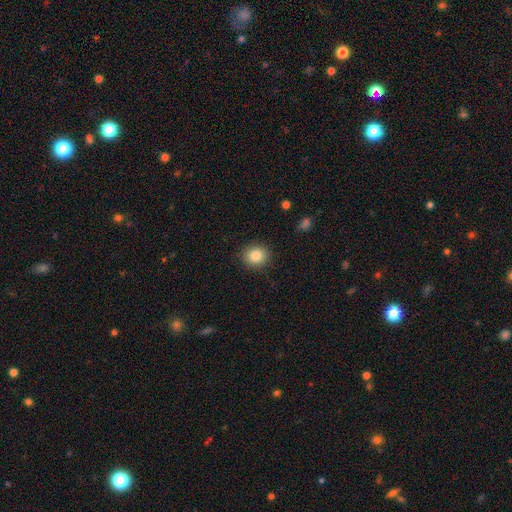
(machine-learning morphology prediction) Smooth or featured? Predicted: smooth (p=0.85). How rounded? Predicted: round (p=0.79). Merging? Predicted: none (p=0.89).